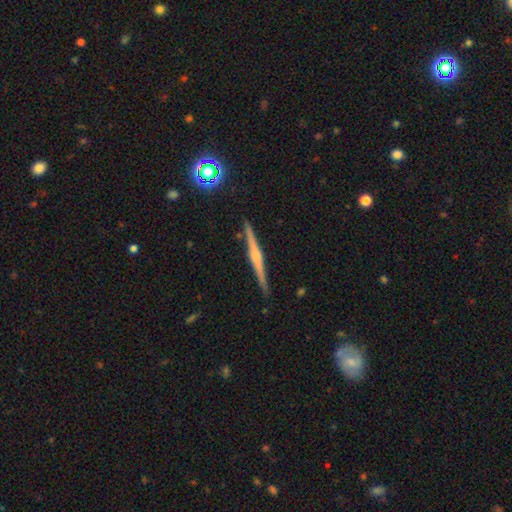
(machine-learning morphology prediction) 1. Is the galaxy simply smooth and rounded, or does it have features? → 77% featured or disk, 17% smooth, 7% star or artifact.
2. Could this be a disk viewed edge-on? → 98% yes, 2% no.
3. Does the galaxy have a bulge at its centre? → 73% rounded, 15% boxy, 12% none.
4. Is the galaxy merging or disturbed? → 91% none, 7% minor disturbance, 1% major disturbance, 1% merger.